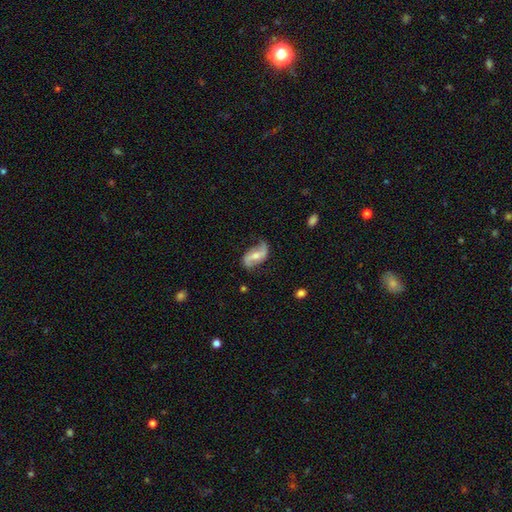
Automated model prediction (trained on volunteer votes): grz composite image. It shows a featured or disk galaxy (78%) with a weak bar (38%), 2 (90%) loose (70%) spiral arms (92%) and a moderate central bulge (57%). Merging: none (68%).